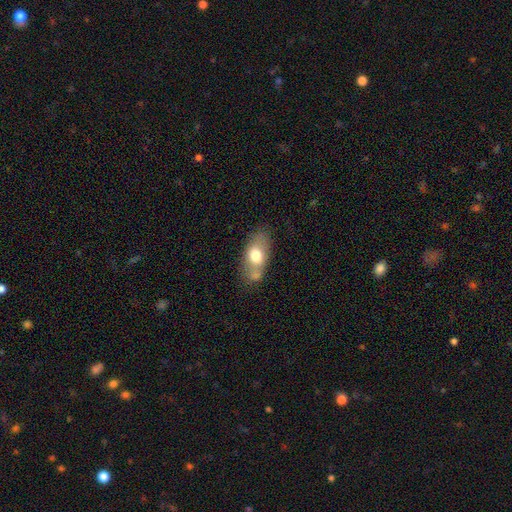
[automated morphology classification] smooth_or_featured: smooth (p=0.67) [alt: featured or disk p=0.26]
how_rounded: in between (p=0.86) [alt: cigar-shaped p=0.07]
merging: none (p=0.61) [alt: minor disturbance p=0.21]